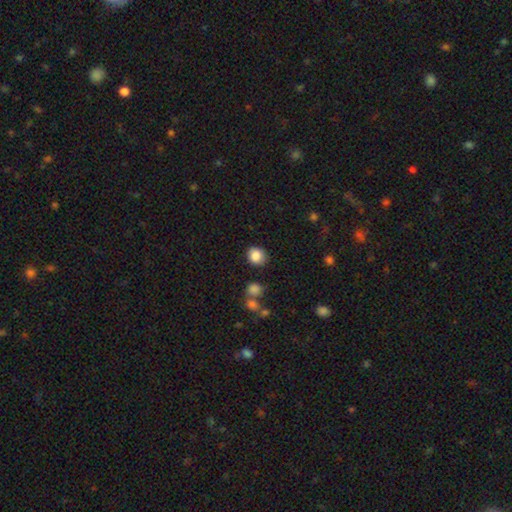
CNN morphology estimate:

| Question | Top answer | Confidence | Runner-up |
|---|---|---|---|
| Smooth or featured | smooth | 86% | star or artifact (9%) |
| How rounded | round | 77% | in between (22%) |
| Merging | none | 82% | minor disturbance (11%) |